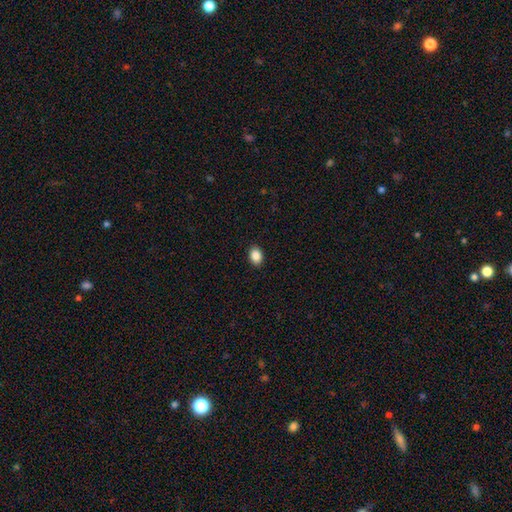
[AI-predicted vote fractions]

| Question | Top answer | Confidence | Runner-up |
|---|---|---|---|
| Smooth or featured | smooth | 87% | star or artifact (9%) |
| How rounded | in between | 67% | round (32%) |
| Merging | none | 91% | minor disturbance (6%) |